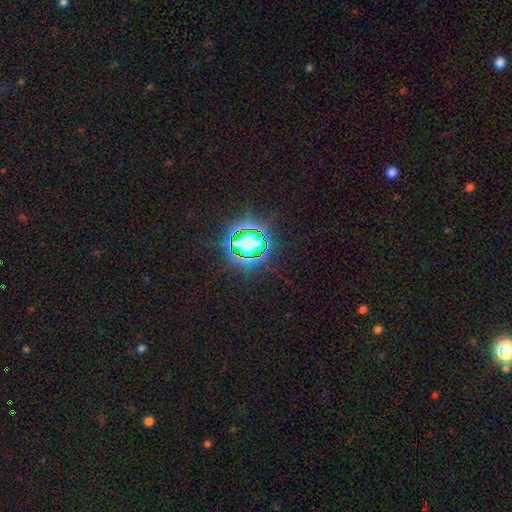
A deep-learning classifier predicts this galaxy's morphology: Smooth or featured: star or artifact — 83% (smooth — 11%)